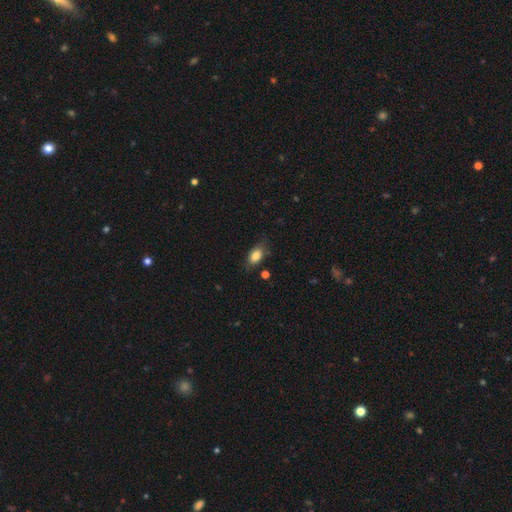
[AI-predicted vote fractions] The model was most divided on "merging": none: 71%, minor disturbance: 21%, major disturbance: 5%, merger: 2%. More confident: how rounded — in between (87%); smooth or featured — smooth (83%).